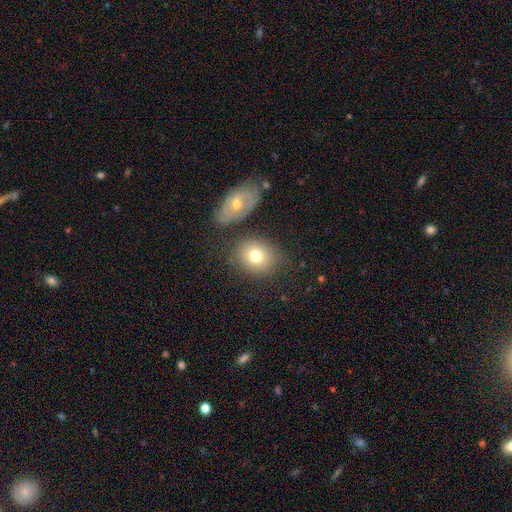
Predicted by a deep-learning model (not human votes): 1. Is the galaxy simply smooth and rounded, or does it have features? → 75% smooth, 16% featured or disk, 9% star or artifact.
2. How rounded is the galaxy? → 59% round, 40% in between, 1% cigar-shaped.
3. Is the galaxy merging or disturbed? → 70% none, 14% minor disturbance, 11% merger, 5% major disturbance.